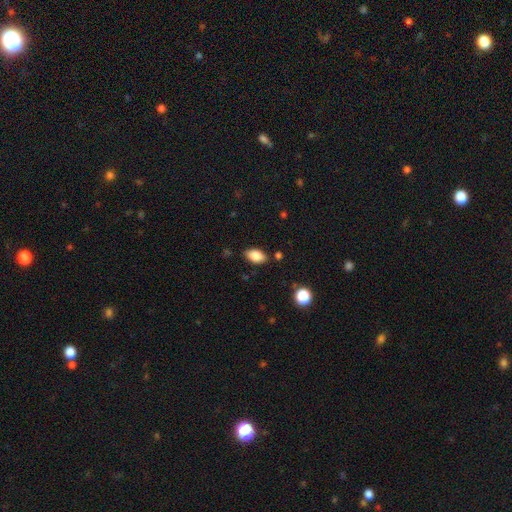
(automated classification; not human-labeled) The model was most divided on "merging": none: 83%, minor disturbance: 12%, merger: 3%, major disturbance: 3%. More confident: how rounded — in between (92%); smooth or featured — smooth (85%).